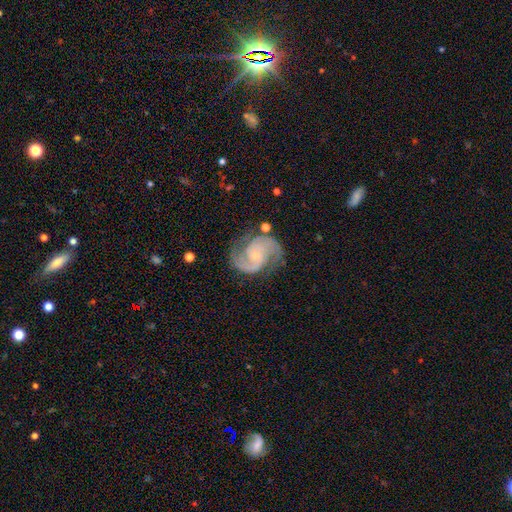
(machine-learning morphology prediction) Smooth or featured? featured or disk (91%)
Edge-on disk? no (98%)
Bar? no (64%)
Spiral arms? yes (98%)
Spiral winding? medium (55%)
Spiral arm count? 2 (91%)
Bulge size? small (75%)
Merging? none (75%)